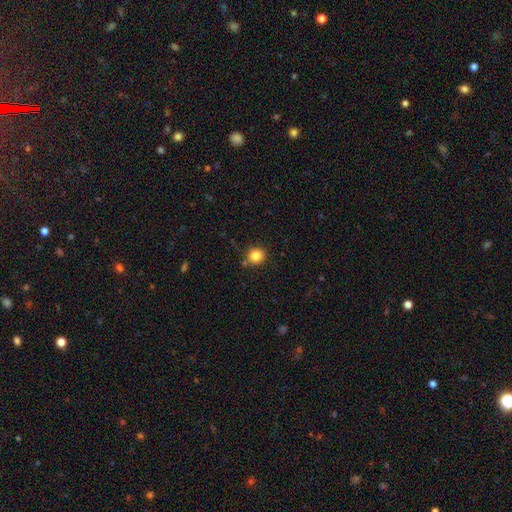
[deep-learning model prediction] Smooth or featured? Predicted: smooth (p=0.85). How rounded? Predicted: round (p=0.89). Merging? Predicted: none (p=0.82).